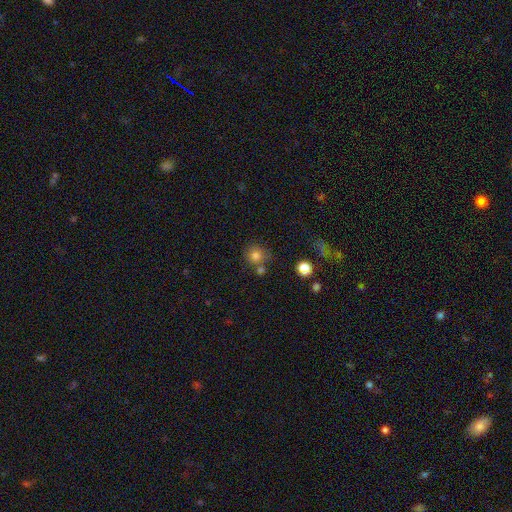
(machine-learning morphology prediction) This is likely a smooth galaxy (77%). How rounded: clearly round (90%). Merging: likely none (67%).